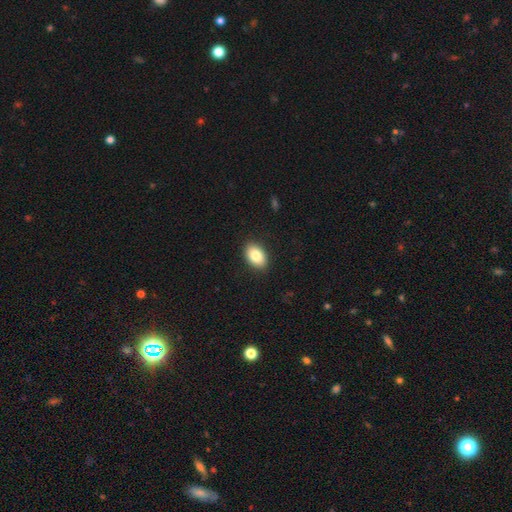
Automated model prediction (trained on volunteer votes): This appears to be a smooth galaxy with no disk features (84%) that is in between round and cigar-shaped (89%). Merging: none (89%).